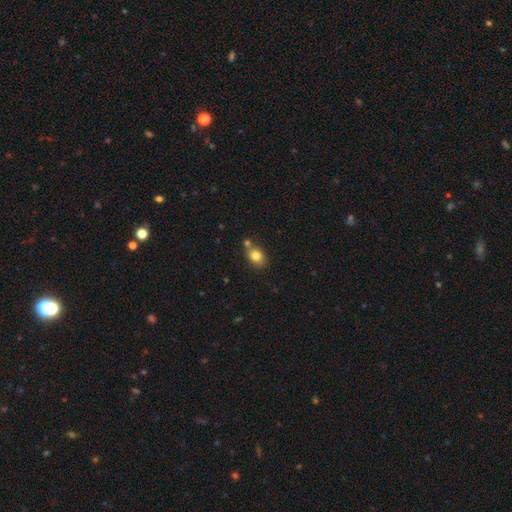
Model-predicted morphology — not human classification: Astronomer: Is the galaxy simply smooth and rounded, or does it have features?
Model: smooth — 81%.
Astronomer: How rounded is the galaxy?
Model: in between — 64%.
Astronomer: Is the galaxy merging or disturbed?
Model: none — 64%.